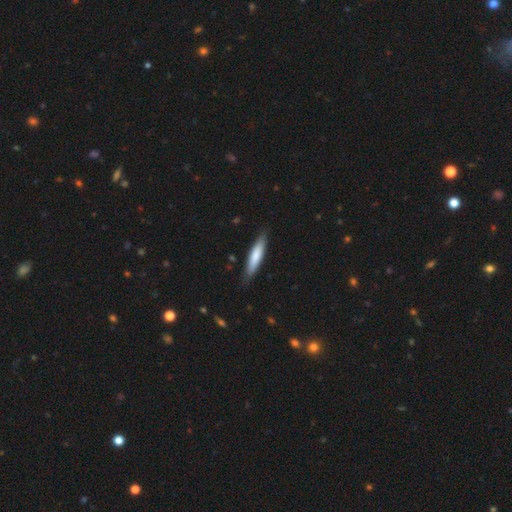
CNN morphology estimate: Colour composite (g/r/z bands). It shows a smooth galaxy with no disk features (72%) that is cigar-shaped (83%). Merging: none (84%).